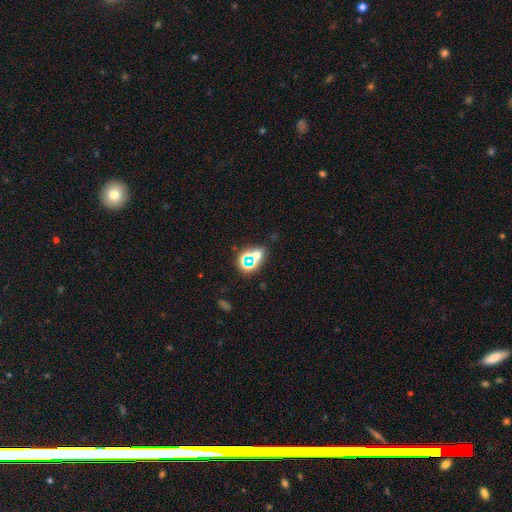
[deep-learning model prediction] This appears to be a star or artifact, not a galaxy (48%).